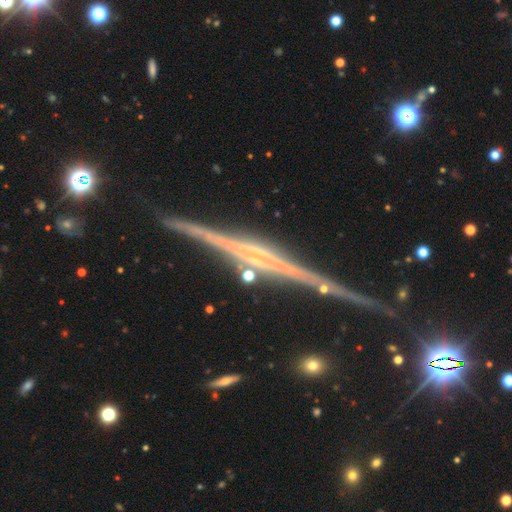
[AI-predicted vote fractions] A featured or disk galaxy (85%) viewed edge-on (98%) with a rounded central bulge (45%).

Vote fractions:
- Smooth or featured? featured or disk: 85% / star or artifact: 8% / smooth: 6%
- Edge-on disk? yes: 98% / no: 2%
- Edge-on bulge? rounded: 45% / none: 30% / boxy: 25%
- Merging? none: 87% / minor disturbance: 9% / merger: 2% / major disturbance: 2%